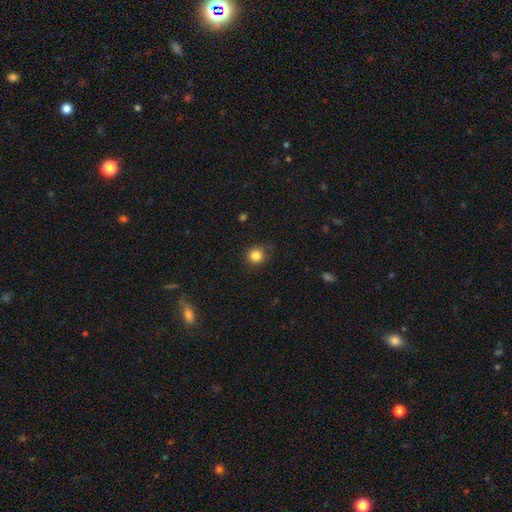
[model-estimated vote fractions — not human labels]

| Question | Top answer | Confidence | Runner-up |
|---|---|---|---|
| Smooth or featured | smooth | 84% | star or artifact (11%) |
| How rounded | round | 88% | in between (11%) |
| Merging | none | 78% | minor disturbance (16%) |